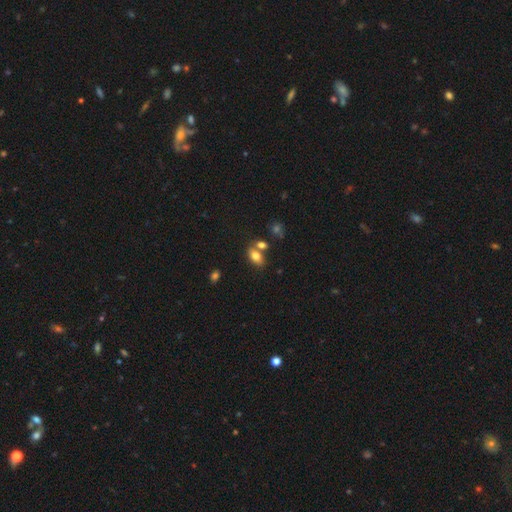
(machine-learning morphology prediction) Smooth or featured? Predicted: smooth (p=0.79). How rounded? Predicted: in between (p=0.87). Merging? Predicted: none (p=0.57).